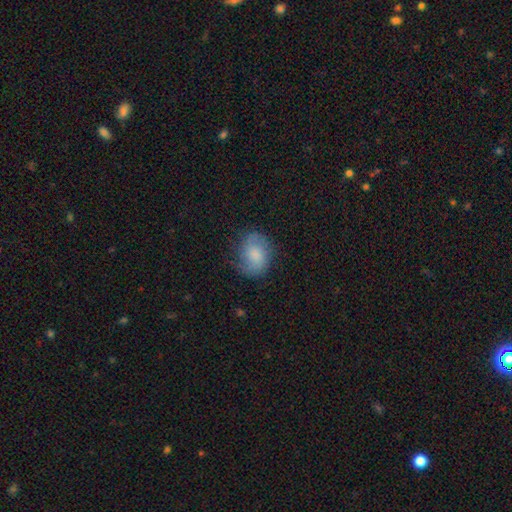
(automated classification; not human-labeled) This appears to be a smooth galaxy with no disk features (56%) that is round (50%). Merging: none (70%).